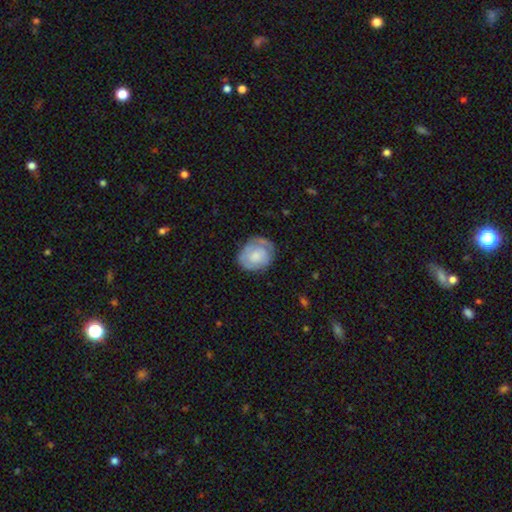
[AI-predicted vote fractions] This appears to be a featured or disk galaxy (48%). Merging: none (66%).